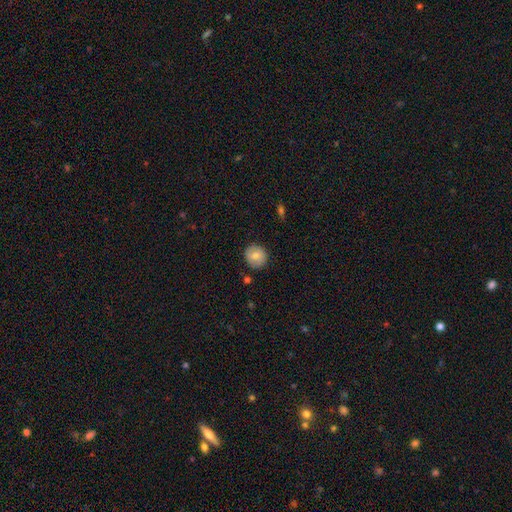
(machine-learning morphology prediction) Smooth or featured: smooth — 75% (featured or disk — 17%)
How rounded: round — 87% (in between — 12%)
Merging: none — 85% (minor disturbance — 11%)